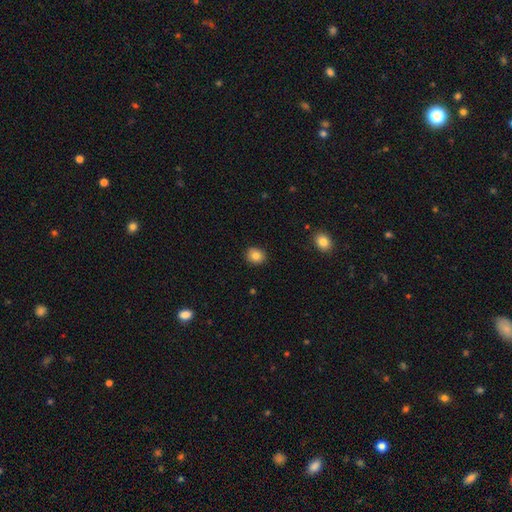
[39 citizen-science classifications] Q: Smooth or featured?
A: smooth (82%); runner-up: star or artifact (10%)
Q: How rounded?
A: round (72%); runner-up: in between (28%)
Q: Merging?
A: none (89%); runner-up: minor disturbance (11%)